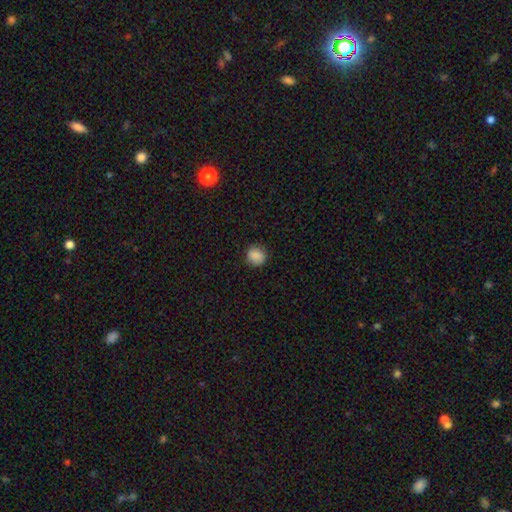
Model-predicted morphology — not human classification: Overall: smooth (88%). How rounded: round (89%). Merging: none (90%).